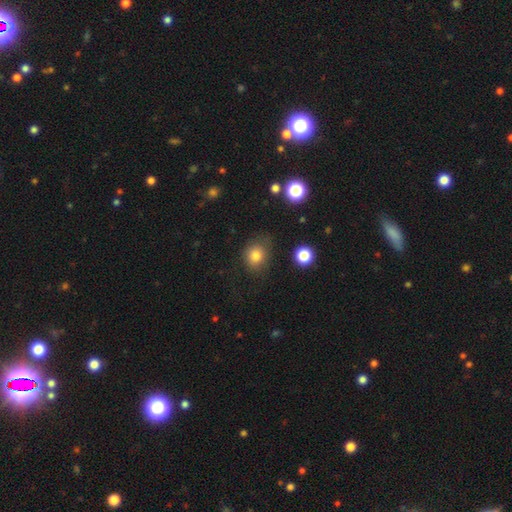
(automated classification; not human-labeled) A smooth galaxy with no disk features (80%) that is round (68%).

Vote fractions:
- Smooth or featured? smooth: 80% / star or artifact: 13% / featured or disk: 7%
- How rounded? round: 68% / in between: 31% / cigar-shaped: 1%
- Merging? none: 70% / minor disturbance: 20% / major disturbance: 7% / merger: 3%